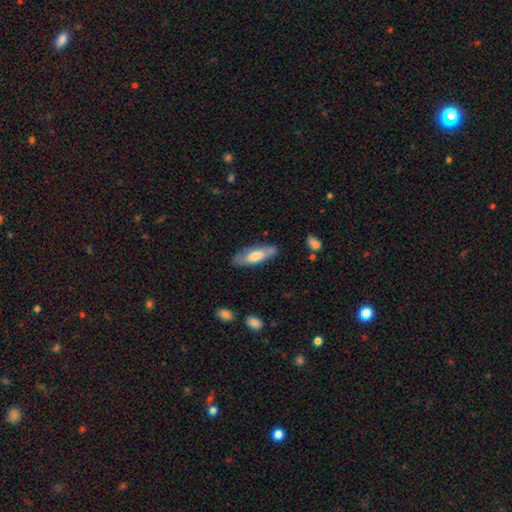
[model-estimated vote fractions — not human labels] Smooth or featured: smooth — 60% (featured or disk — 34%)
How rounded: in between — 58% (cigar-shaped — 40%)
Merging: none — 79% (minor disturbance — 15%)